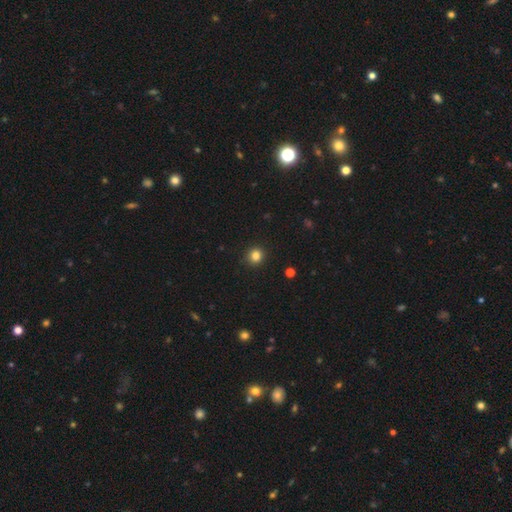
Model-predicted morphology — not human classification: Overall: smooth (83%). How rounded: round (90%). Merging: none (91%).